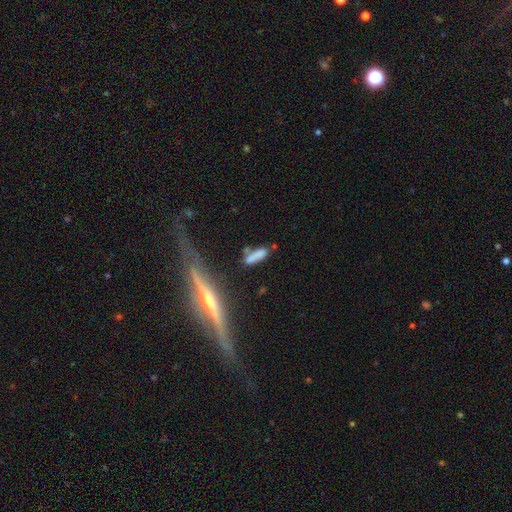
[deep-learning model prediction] smooth-or-featured: smooth: 76% | featured or disk: 16% | star or artifact: 8%
  how-rounded: cigar-shaped: 63% | in between: 34% | round: 3%
  merging: none: 58% | minor disturbance: 20% | merger: 14% | major disturbance: 8%